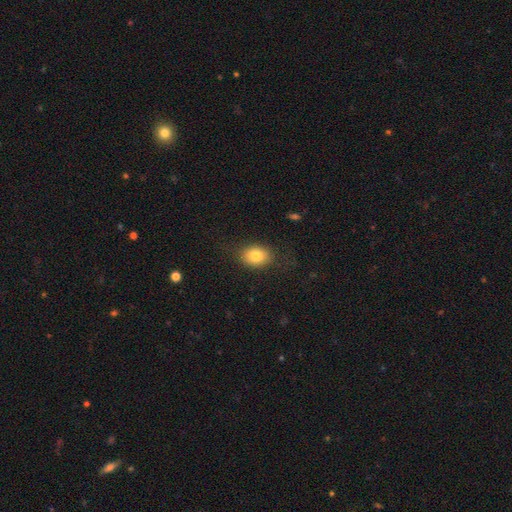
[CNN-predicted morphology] Smooth or featured: smooth — 80% (featured or disk — 11%)
How rounded: in between — 65% (round — 33%)
Merging: none — 79% (minor disturbance — 14%)